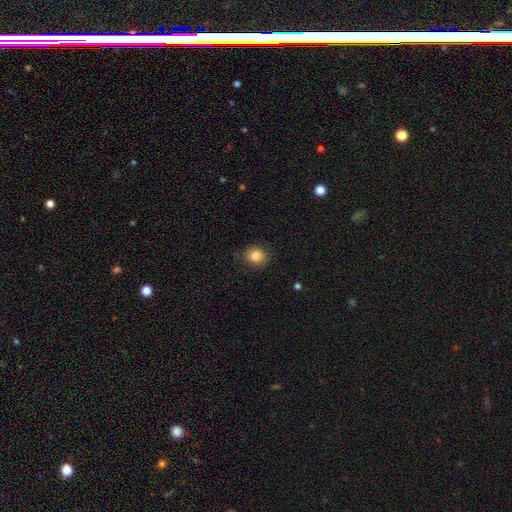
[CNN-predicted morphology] A smooth galaxy with no disk features (84%) that is round (79%). Merging: none (85%).